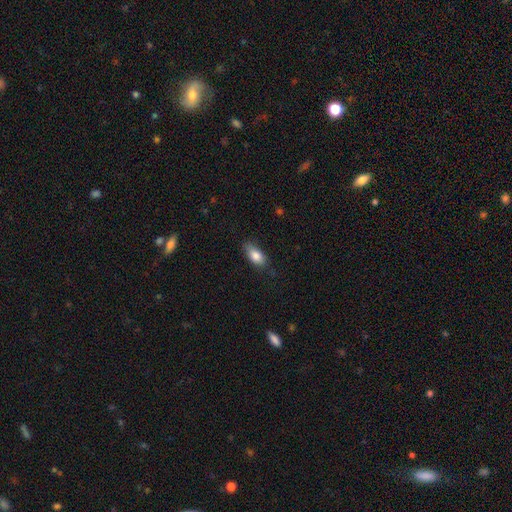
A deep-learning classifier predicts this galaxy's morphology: smooth-or-featured: smooth: 83% | featured or disk: 9% | star or artifact: 7%
  how-rounded: in between: 86% | cigar-shaped: 10% | round: 5%
  merging: none: 71% | minor disturbance: 23% | major disturbance: 5% | merger: 1%